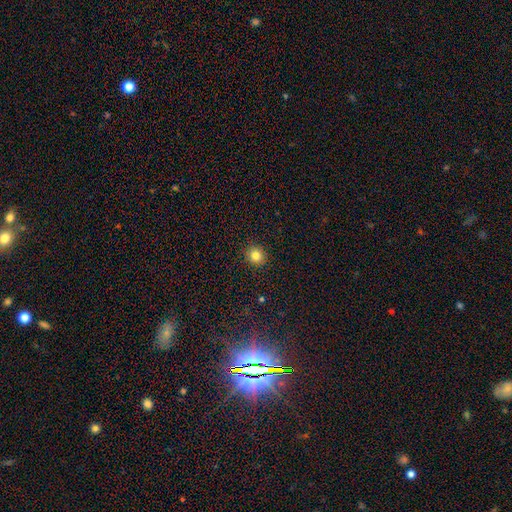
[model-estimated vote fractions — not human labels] Smooth or featured? Predicted: smooth (p=0.82). How rounded? Predicted: round (p=0.86). Merging? Predicted: none (p=0.91).